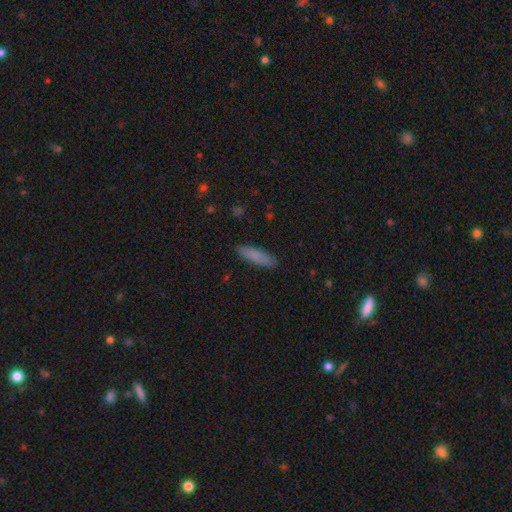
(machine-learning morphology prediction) A smooth galaxy with no disk features (84%) that is cigar-shaped (67%).

Vote fractions:
- Smooth or featured? smooth: 84% / featured or disk: 9% / star or artifact: 6%
- How rounded? cigar-shaped: 67% / in between: 32% / round: 2%
- Merging? none: 87% / minor disturbance: 10% / major disturbance: 2% / merger: 1%